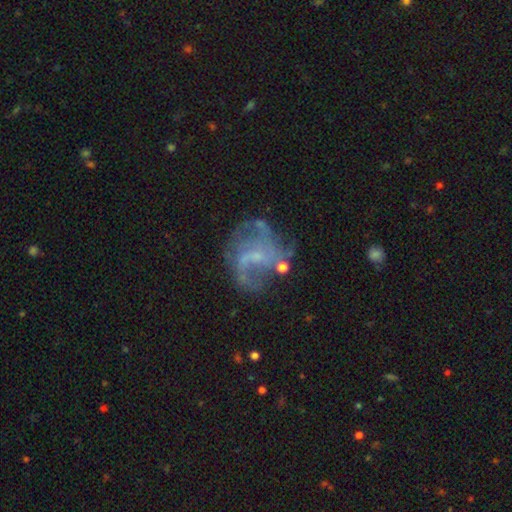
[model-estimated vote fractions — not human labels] featured or disk 76%, smooth 13%, star or artifact 11%. Down the decision tree: edge-on disk — no (98%); bar — no (45%, tied with weak); spiral arms — yes (83%); spiral arm count — 2 (33%); spiral winding — loose (44%); bulge size — small (60%); merging — none (56%).